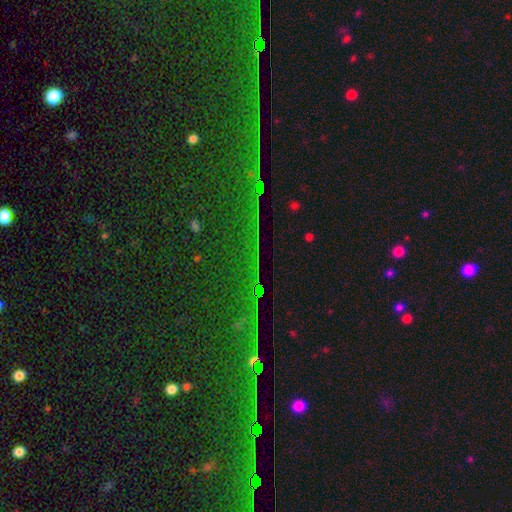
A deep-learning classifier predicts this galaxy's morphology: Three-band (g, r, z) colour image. It shows a star or artifact, not a galaxy (81%).